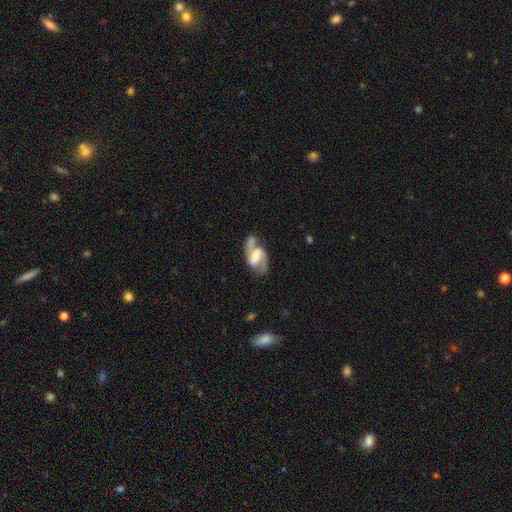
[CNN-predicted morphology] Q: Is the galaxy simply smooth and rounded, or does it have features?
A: featured or disk — 84%.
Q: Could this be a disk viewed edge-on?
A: no — 97%.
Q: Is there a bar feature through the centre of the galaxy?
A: weak — 43%.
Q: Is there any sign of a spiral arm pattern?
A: yes — 95%.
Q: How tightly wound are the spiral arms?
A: medium — 54%.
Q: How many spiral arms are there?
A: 2 — 91%.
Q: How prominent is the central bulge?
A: moderate — 37%.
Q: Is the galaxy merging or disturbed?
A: none — 66%.